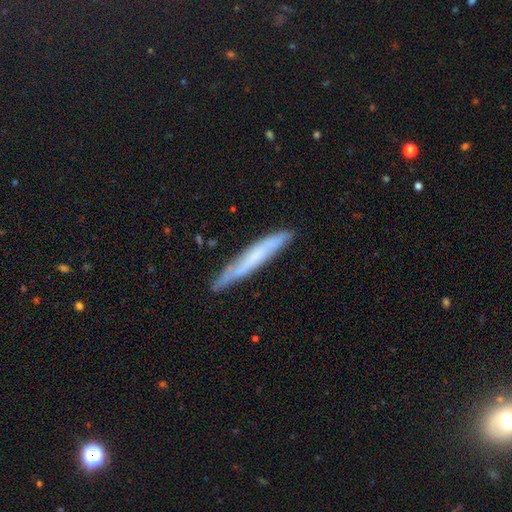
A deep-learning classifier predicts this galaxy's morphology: Smooth or featured? Predicted: smooth (p=0.48). Merging? Predicted: none (p=0.79).